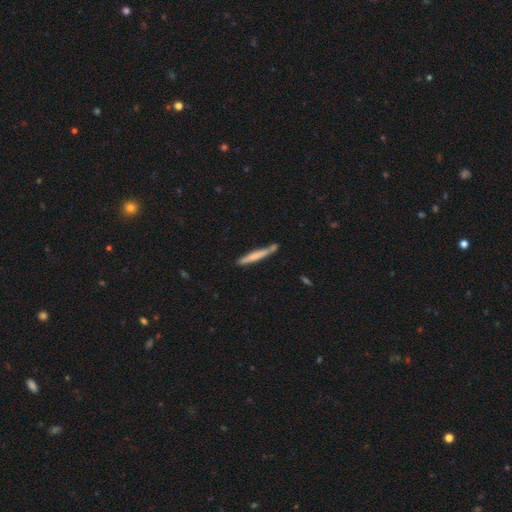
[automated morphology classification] This is likely a smooth galaxy (61%). How rounded: clearly cigar-shaped (96%). Merging: likely none (75%).